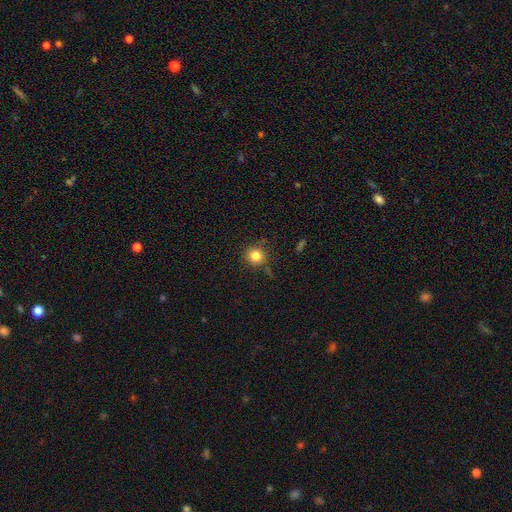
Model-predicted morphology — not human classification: Q: Smooth or featured?
A: smooth (82%); runner-up: star or artifact (12%)
Q: How rounded?
A: round (91%); runner-up: in between (8%)
Q: Merging?
A: none (83%); runner-up: minor disturbance (11%)